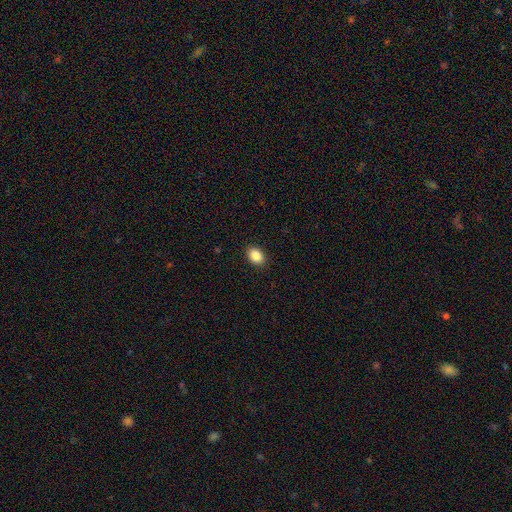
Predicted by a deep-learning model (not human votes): Q: Smooth or featured?
A: smooth (87%); runner-up: star or artifact (9%)
Q: How rounded?
A: in between (73%); runner-up: round (26%)
Q: Merging?
A: none (90%); runner-up: minor disturbance (7%)